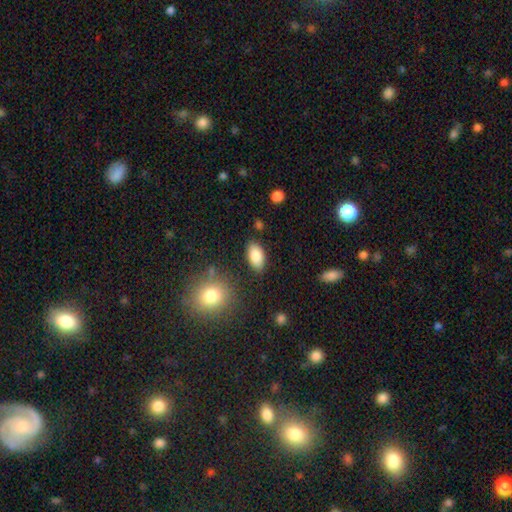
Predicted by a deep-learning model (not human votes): A smooth galaxy with no disk features (87%) that is in between round and cigar-shaped (93%).

Vote fractions:
- Smooth or featured? smooth: 87% / star or artifact: 7% / featured or disk: 6%
- How rounded? in between: 93% / round: 5% / cigar-shaped: 2%
- Merging? none: 84% / minor disturbance: 11% / major disturbance: 3% / merger: 3%